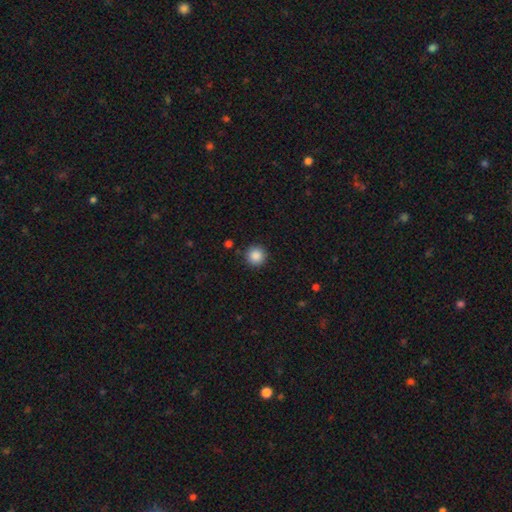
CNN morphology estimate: type=smooth (88%); roundness=round (95%); merging=none (90%).